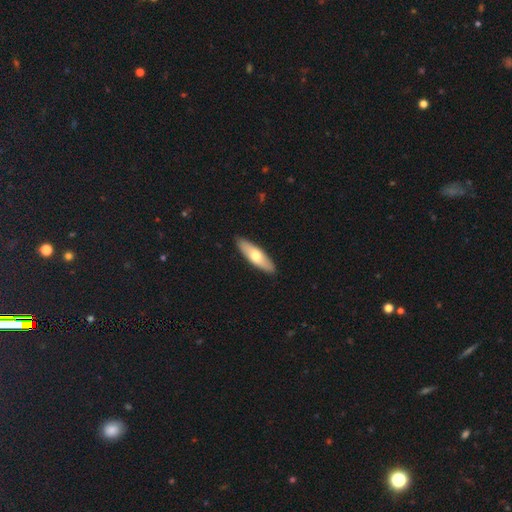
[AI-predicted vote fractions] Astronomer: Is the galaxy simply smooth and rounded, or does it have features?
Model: smooth — 60% (runner-up: featured or disk, 35%).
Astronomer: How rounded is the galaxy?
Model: cigar-shaped — 52% (runner-up: in between, 46%).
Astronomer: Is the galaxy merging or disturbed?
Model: none — 89%.